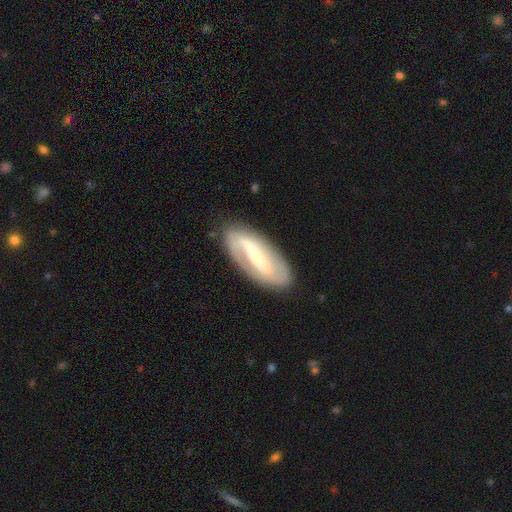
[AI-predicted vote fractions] Morphology: type=featured or disk (75%); edge-on=no (90%); bar=strong (64%); spiral arms=yes (75%); winding=loose (35%, tied with medium); arm count=2 (80%); bulge=small (57%); merging=none (83%).